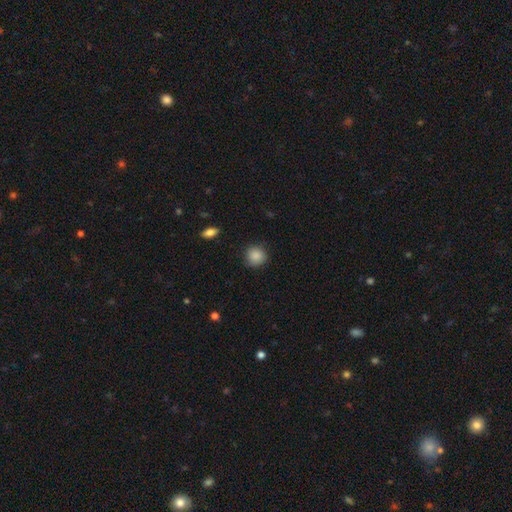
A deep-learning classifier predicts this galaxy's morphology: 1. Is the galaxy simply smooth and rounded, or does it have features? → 87% smooth, 8% star or artifact, 4% featured or disk.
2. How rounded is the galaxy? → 89% round, 10% in between, 1% cigar-shaped.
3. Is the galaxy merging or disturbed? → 84% none, 12% minor disturbance, 3% major disturbance, 1% merger.